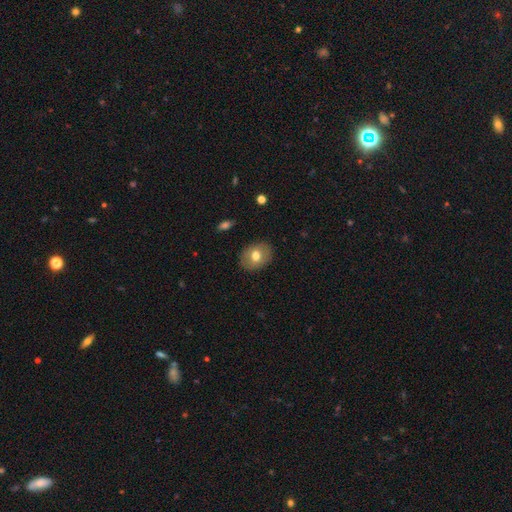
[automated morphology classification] A smooth galaxy with no disk features (69%) that is in between round and cigar-shaped (56%). Merging: none (87%).